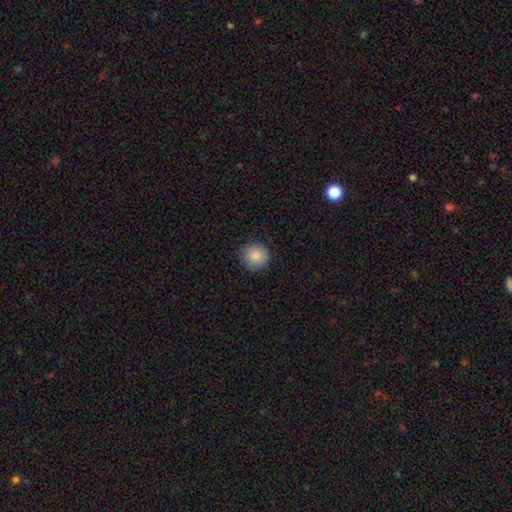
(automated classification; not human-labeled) Smooth or featured? smooth (87%)
How rounded? round (93%)
Merging? none (87%)